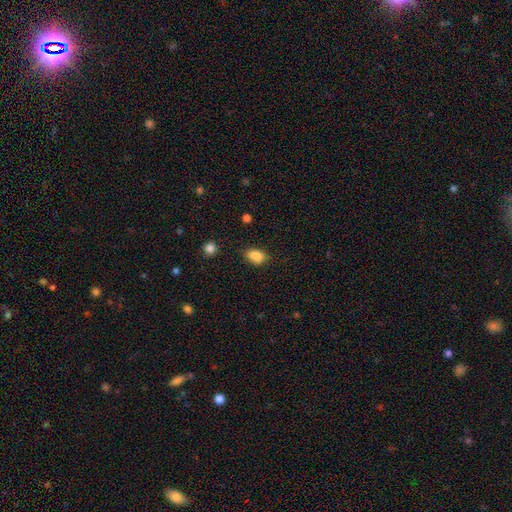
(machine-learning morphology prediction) Overall: smooth (87%). How rounded: in between (79%). Merging: none (79%).